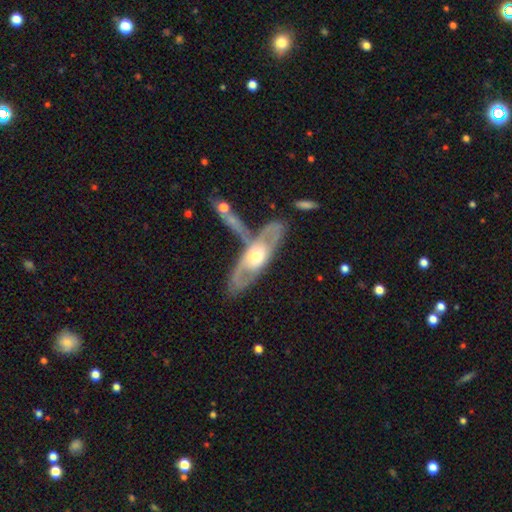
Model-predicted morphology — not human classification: featured or disk 72%, smooth 23%, star or artifact 5%. Down the decision tree: edge-on disk — no (71%); bar — no (74%); spiral arms — yes (62%); bulge size — moderate (68%); merging — none (45%).